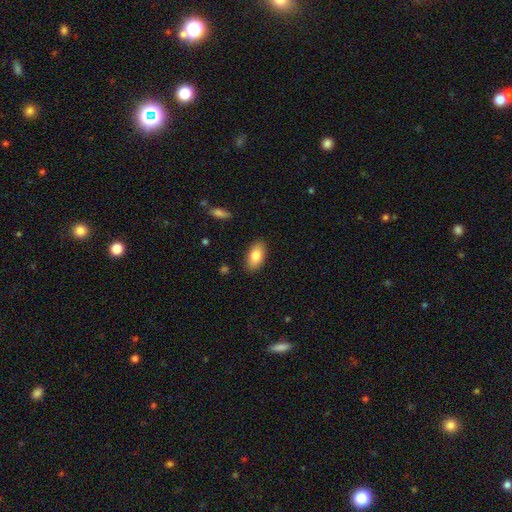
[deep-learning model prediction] smooth_or_featured: smooth (p=0.82) [alt: featured or disk p=0.12]
how_rounded: in between (p=0.93) [alt: cigar-shaped p=0.04]
merging: none (p=0.87) [alt: minor disturbance p=0.09]